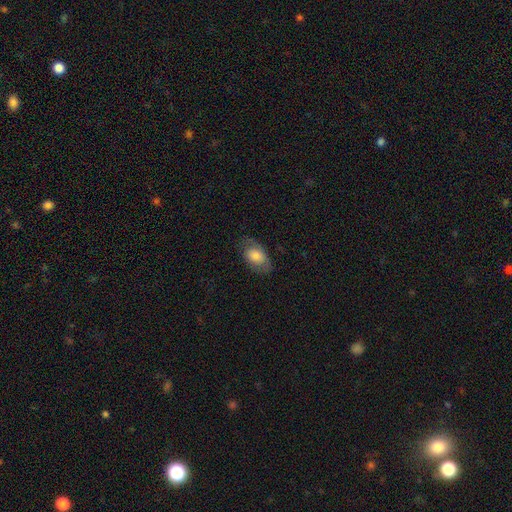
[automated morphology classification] This appears to be a smooth galaxy with no disk features (69%) that is in between round and cigar-shaped (89%). Merging: none (68%).